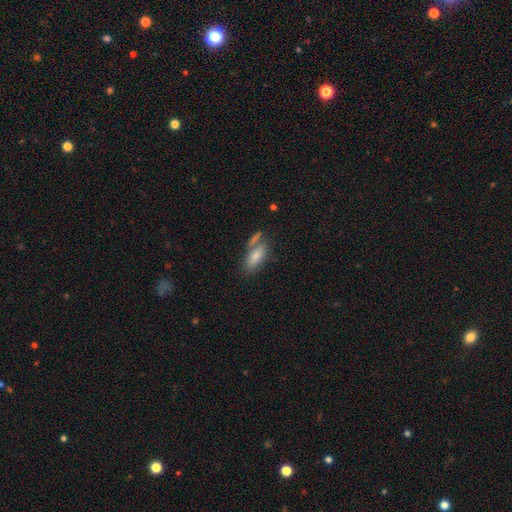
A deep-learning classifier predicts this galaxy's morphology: The model was most divided on "merging": none: 59%, merger: 19%, minor disturbance: 16%, major disturbance: 6%. More confident: how rounded — in between (77%); smooth or featured — smooth (75%).